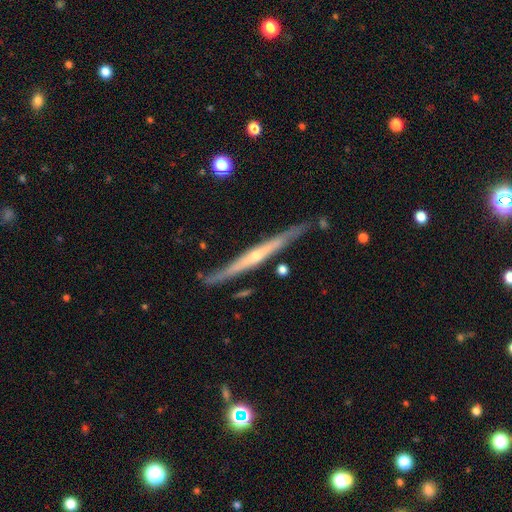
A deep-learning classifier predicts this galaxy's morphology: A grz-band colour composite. It shows a featured or disk galaxy (77%) viewed edge-on (96%) with a rounded central bulge (59%). Merging: none (80%).